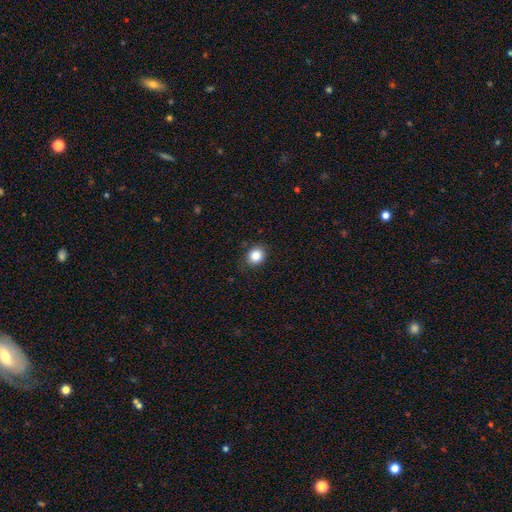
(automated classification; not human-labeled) Overall: smooth (86%). How rounded: round (66%; in between 33%). Merging: none (85%).